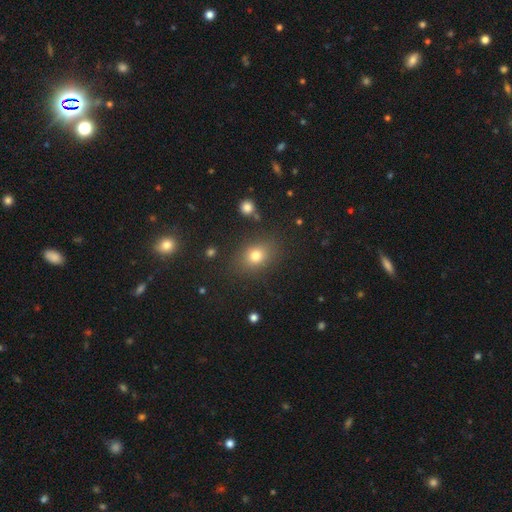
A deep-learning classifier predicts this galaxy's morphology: The model was most divided on "how rounded": in between: 53%, round: 45%, cigar-shaped: 2%. More confident: merging — none (81%); smooth or featured — smooth (77%).